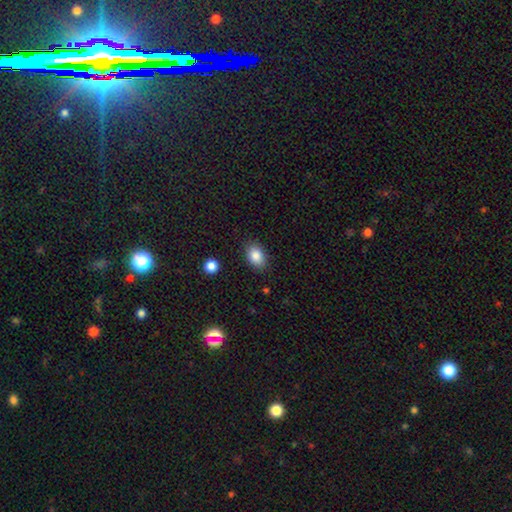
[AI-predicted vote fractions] A smooth galaxy with no disk features (86%) that is in between round and cigar-shaped (80%). Merging: none (84%).